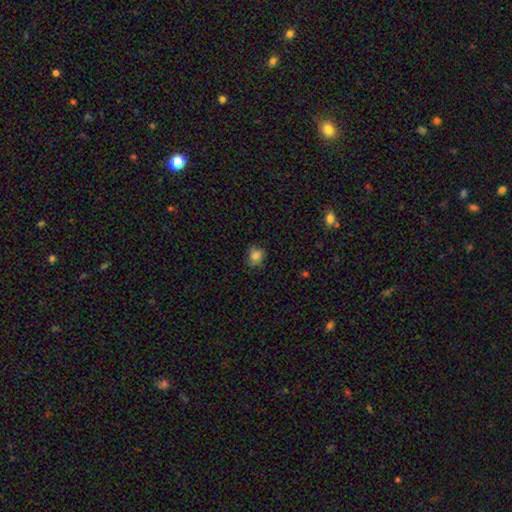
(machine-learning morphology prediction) A smooth galaxy with no disk features (82%) that is round (73%).

Vote fractions:
- Smooth or featured? smooth: 82% / star or artifact: 12% / featured or disk: 6%
- How rounded? round: 73% / in between: 26% / cigar-shaped: 1%
- Merging? none: 76% / minor disturbance: 18% / major disturbance: 4% / merger: 1%